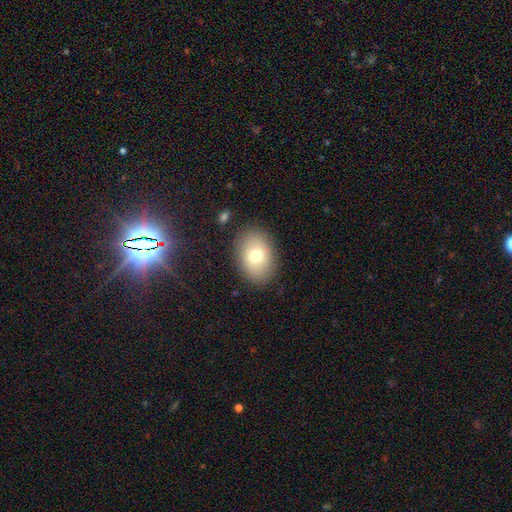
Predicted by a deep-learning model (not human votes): Smooth or featured: smooth — 73% (featured or disk — 18%)
How rounded: in between — 75% (round — 24%)
Merging: none — 85% (minor disturbance — 10%)